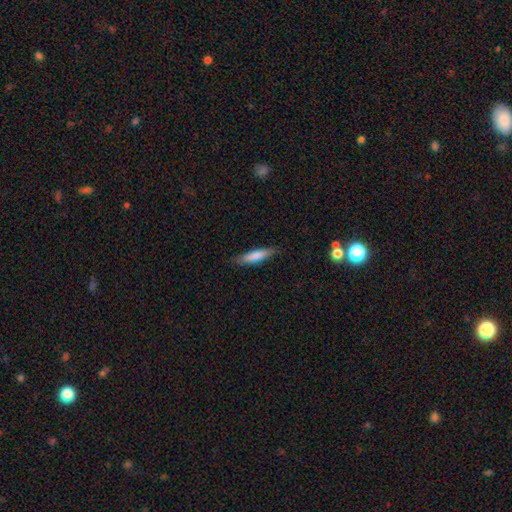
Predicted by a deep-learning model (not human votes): Smooth or featured: smooth — 79% (featured or disk — 16%)
How rounded: cigar-shaped — 78% (in between — 21%)
Merging: none — 85% (minor disturbance — 12%)